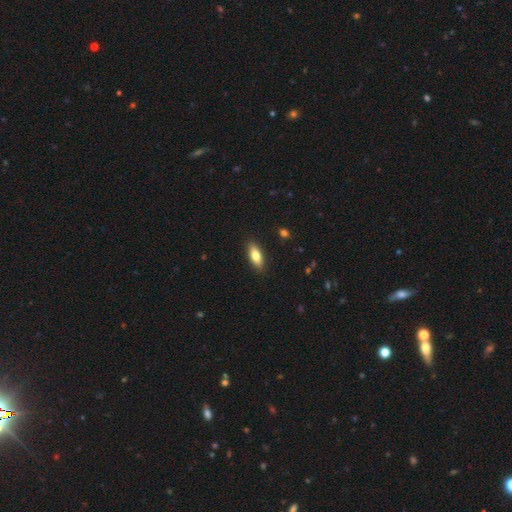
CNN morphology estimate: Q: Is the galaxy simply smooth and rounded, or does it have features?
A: smooth — 76%.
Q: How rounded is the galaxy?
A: in between — 69%.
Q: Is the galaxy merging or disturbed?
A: none — 89%.